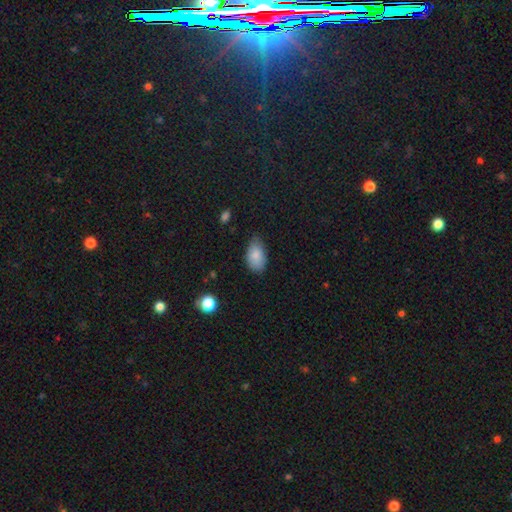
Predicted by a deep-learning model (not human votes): This is clearly a smooth galaxy (85%). How rounded: clearly in between (92%). Merging: likely none (68%).